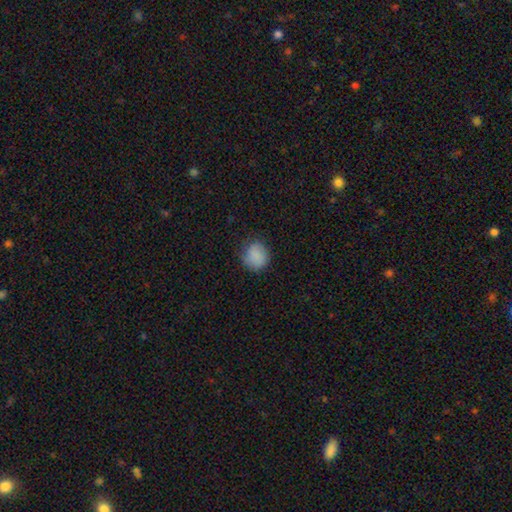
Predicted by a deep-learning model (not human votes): Smooth or featured?
  - smooth: 86% *
  - star or artifact: 8%
  - featured or disk: 6%
How rounded?
  - round: 81% *
  - in between: 18%
  - cigar-shaped: 1%
Merging?
  - none: 77% *
  - minor disturbance: 18%
  - major disturbance: 4%
  - merger: 1%